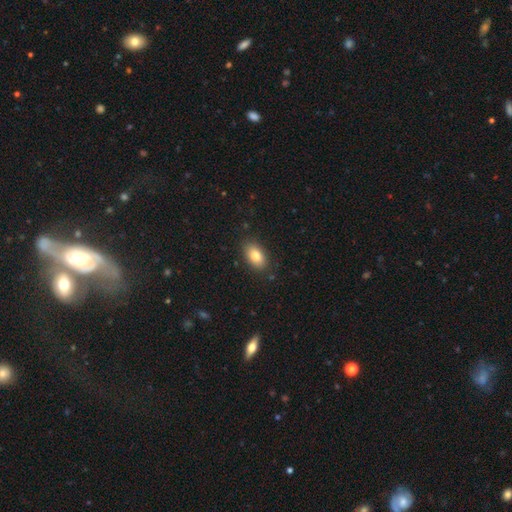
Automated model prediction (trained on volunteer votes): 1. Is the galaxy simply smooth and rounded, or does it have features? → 82% smooth, 10% featured or disk, 8% star or artifact.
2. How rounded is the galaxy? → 90% in between, 8% round, 2% cigar-shaped.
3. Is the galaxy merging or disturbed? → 86% none, 10% minor disturbance, 2% major disturbance, 1% merger.